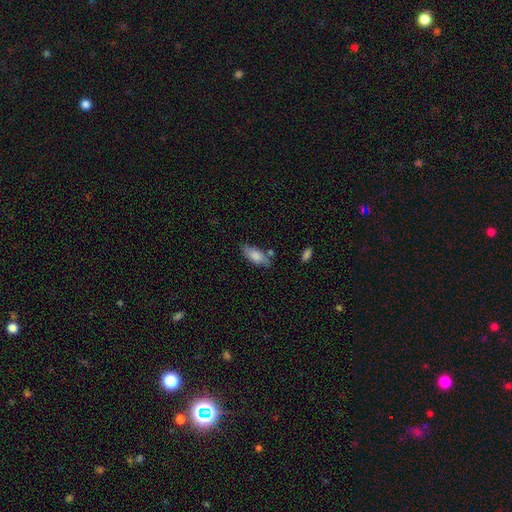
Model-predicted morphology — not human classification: Q: Smooth or featured?
A: smooth (81%); runner-up: featured or disk (12%)
Q: How rounded?
A: in between (82%); runner-up: cigar-shaped (16%)
Q: Merging?
A: none (68%); runner-up: minor disturbance (20%)